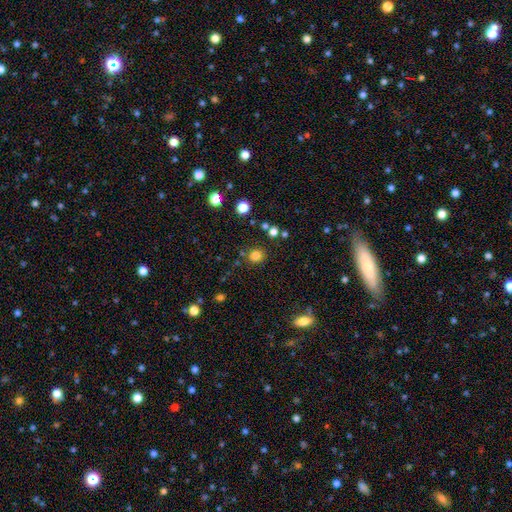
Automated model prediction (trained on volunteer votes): smooth-or-featured: smooth: 81% | star or artifact: 14% | featured or disk: 5%
  how-rounded: round: 86% | in between: 13% | cigar-shaped: 1%
  merging: none: 84% | minor disturbance: 8% | merger: 5% | major disturbance: 3%